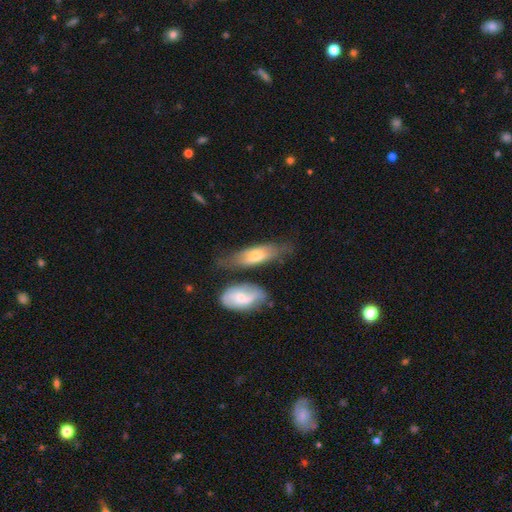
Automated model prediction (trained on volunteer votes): smooth_or_featured: smooth (p=0.50) [alt: featured or disk p=0.44]
how_rounded: in between (p=0.54) [alt: cigar-shaped p=0.44]
merging: none (p=0.56) [alt: minor disturbance p=0.24]